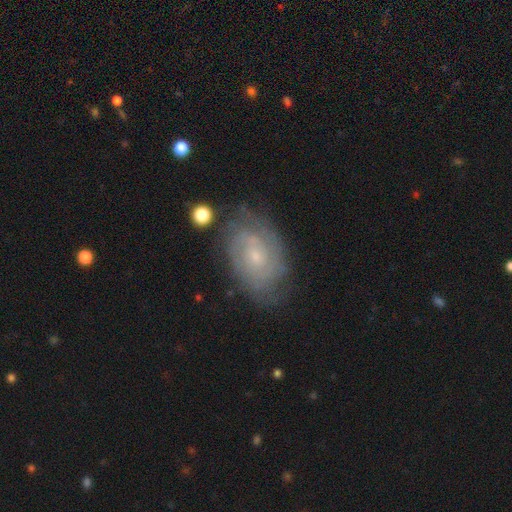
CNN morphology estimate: smooth_or_featured: featured or disk (p=0.74) [alt: smooth p=0.18]
disk_edge_on: no (p=0.96) [alt: yes p=0.04]
bar: no (p=0.70) [alt: weak p=0.26]
has_spiral_arms: yes (p=0.90) [alt: no p=0.10]
spiral_winding: tight (p=0.63) [alt: medium p=0.28]
spiral_arm_count: can't tell (p=0.46) [alt: 2 p=0.27]
bulge_size: small (p=0.75) [alt: moderate p=0.20]
merging: none (p=0.72) [alt: minor disturbance p=0.19]